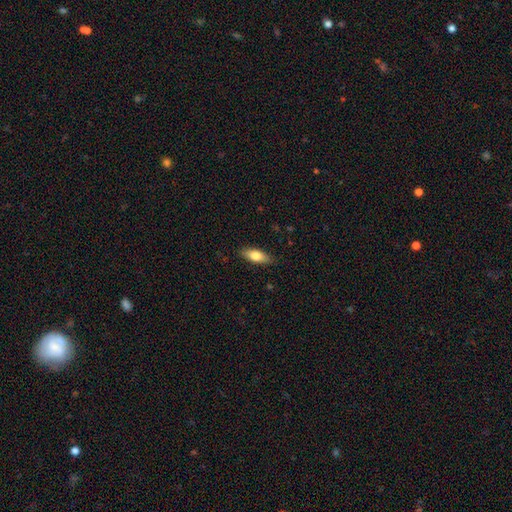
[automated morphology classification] smooth_or_featured: smooth (p=0.78) [alt: featured or disk p=0.16]
how_rounded: in between (p=0.76) [alt: cigar-shaped p=0.21]
merging: none (p=0.87) [alt: minor disturbance p=0.10]